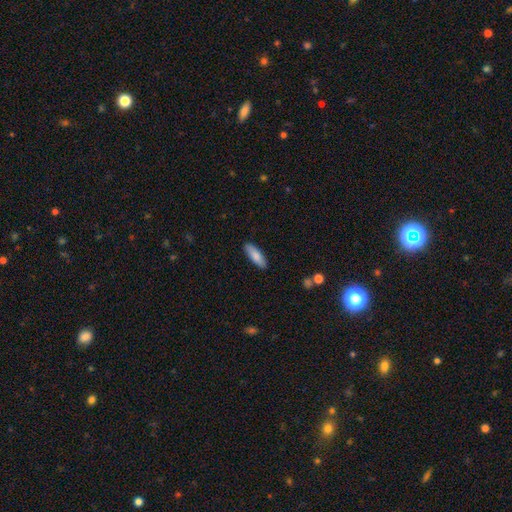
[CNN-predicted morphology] smooth 84%, featured or disk 10%, star or artifact 6%. Down the decision tree: how rounded — in between (53%); merging — none (88%).